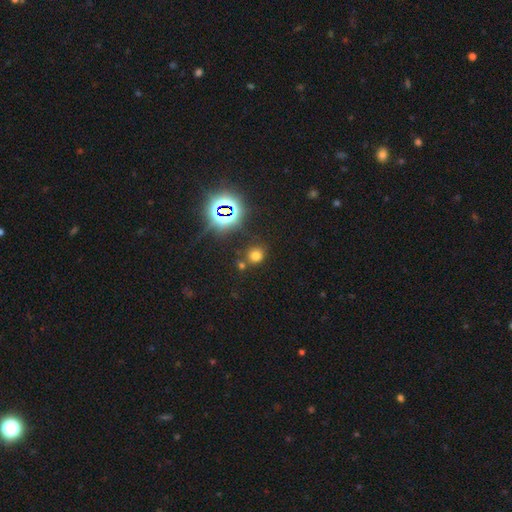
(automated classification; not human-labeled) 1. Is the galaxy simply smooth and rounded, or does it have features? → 65% smooth, 28% star or artifact, 7% featured or disk.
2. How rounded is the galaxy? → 79% round, 20% in between, 1% cigar-shaped.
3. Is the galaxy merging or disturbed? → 75% none, 11% merger, 10% minor disturbance, 4% major disturbance.